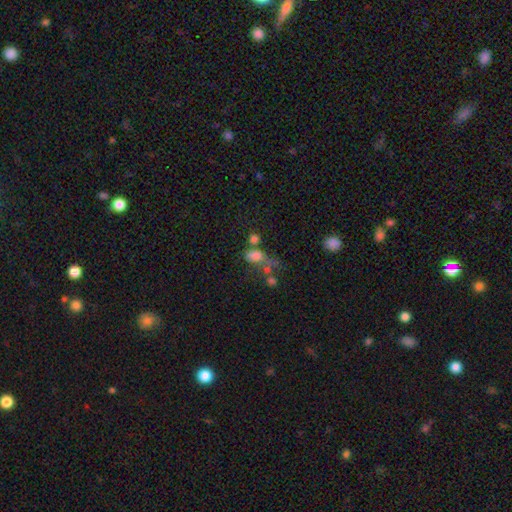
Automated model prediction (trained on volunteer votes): Smooth or featured?
  - smooth: 72% *
  - star or artifact: 14%
  - featured or disk: 13%
How rounded?
  - in between: 76% *
  - round: 20%
  - cigar-shaped: 4%
Merging?
  - merger: 35% *
  - none: 26%
  - major disturbance: 23%
  - minor disturbance: 16%